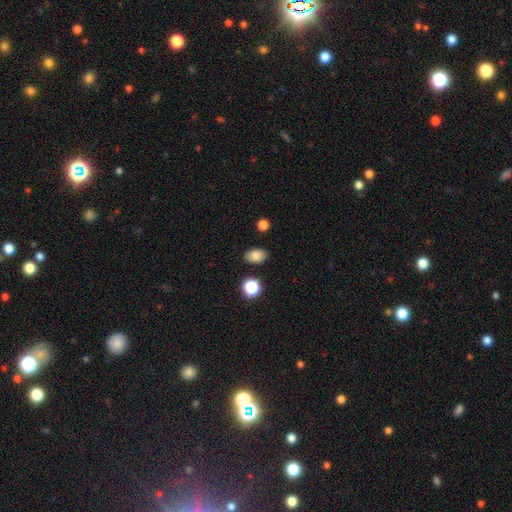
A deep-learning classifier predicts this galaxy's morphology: Overall: smooth (82%). How rounded: in between (85%). Merging: none (86%).